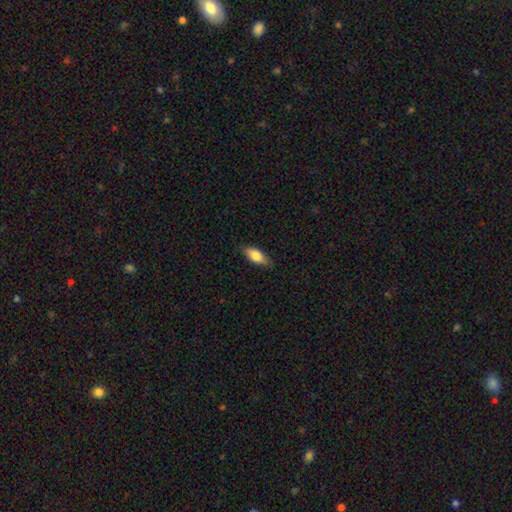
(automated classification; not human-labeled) This is likely a smooth galaxy (79%). How rounded: likely in between (79%). Merging: clearly none (83%).